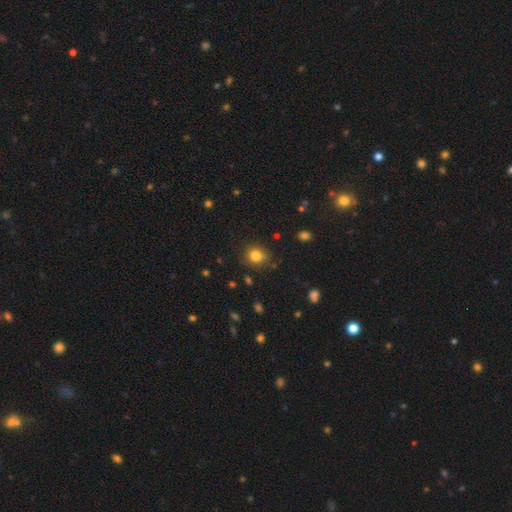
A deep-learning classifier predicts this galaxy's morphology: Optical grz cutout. It shows a smooth galaxy with no disk features (81%) that is round (77%). Merging: none (78%).